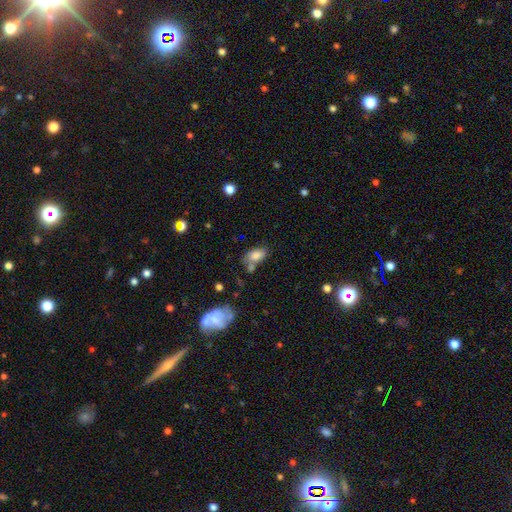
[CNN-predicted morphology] A smooth galaxy with no disk features (80%) that is in between round and cigar-shaped (90%). Merging: none (51%).